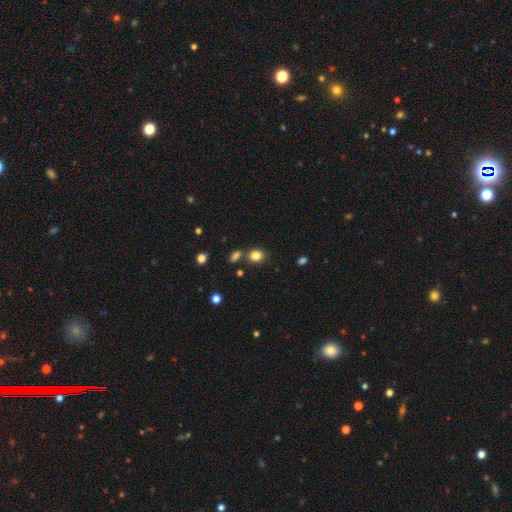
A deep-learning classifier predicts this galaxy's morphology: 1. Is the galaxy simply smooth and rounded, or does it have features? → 82% smooth, 12% star or artifact, 6% featured or disk.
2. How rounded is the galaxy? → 62% round, 37% in between, 1% cigar-shaped.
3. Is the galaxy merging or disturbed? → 74% none, 11% merger, 11% minor disturbance, 3% major disturbance.